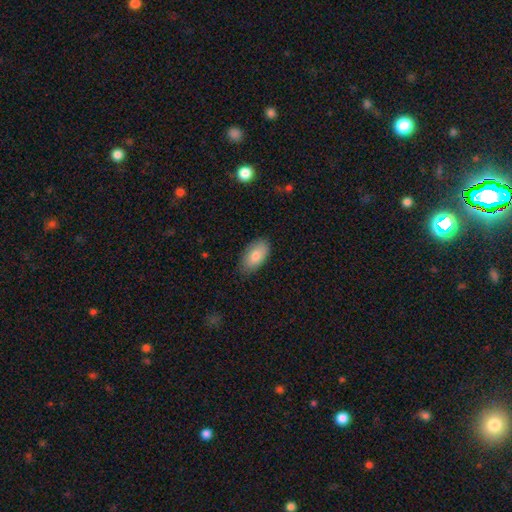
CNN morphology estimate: smooth 81%, featured or disk 12%, star or artifact 7%. Down the decision tree: how rounded — in between (94%); merging — none (81%).